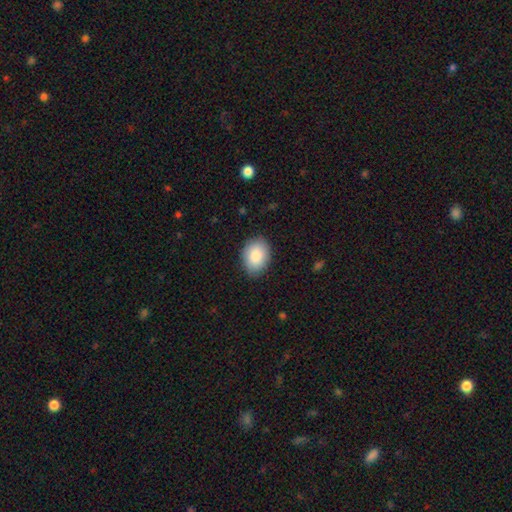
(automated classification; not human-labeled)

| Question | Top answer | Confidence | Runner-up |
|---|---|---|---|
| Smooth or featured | smooth | 87% | featured or disk (7%) |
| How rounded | in between | 78% | round (21%) |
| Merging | none | 85% | minor disturbance (12%) |